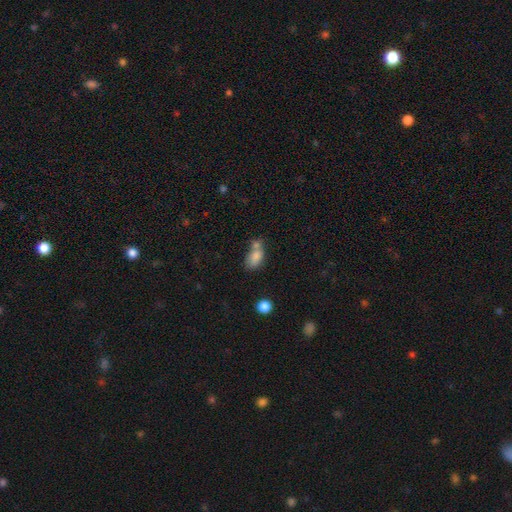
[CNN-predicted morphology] This appears to be a smooth galaxy with no disk features (79%) that is in between round and cigar-shaped (86%). Merging: merger (48%).